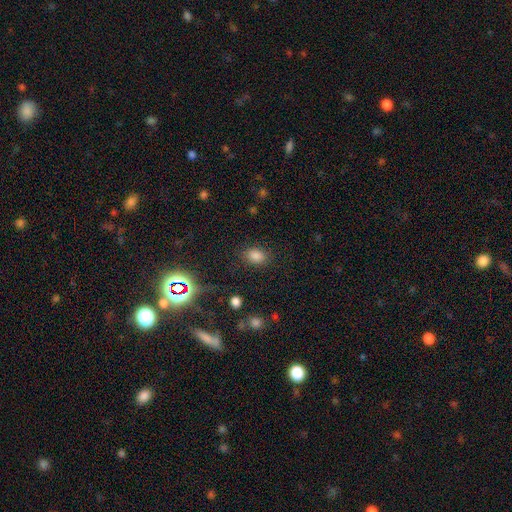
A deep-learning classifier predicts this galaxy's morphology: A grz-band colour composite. It shows a smooth galaxy with no disk features (79%) that is in between round and cigar-shaped (72%). Merging: none (85%).